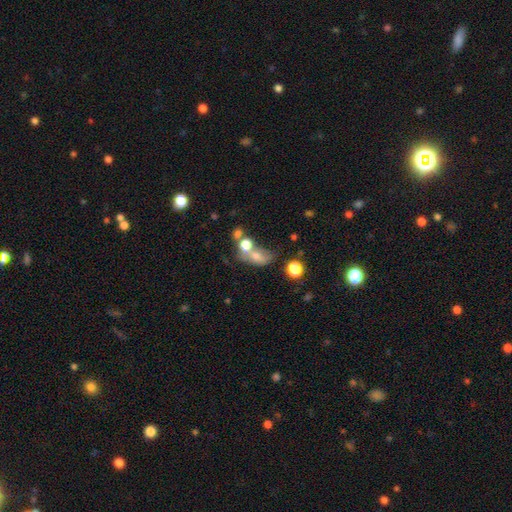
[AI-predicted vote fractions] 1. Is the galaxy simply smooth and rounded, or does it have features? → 63% smooth, 21% featured or disk, 16% star or artifact.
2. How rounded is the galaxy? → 70% in between, 27% round, 3% cigar-shaped.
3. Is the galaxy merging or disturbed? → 43% merger, 26% none, 16% major disturbance, 15% minor disturbance.